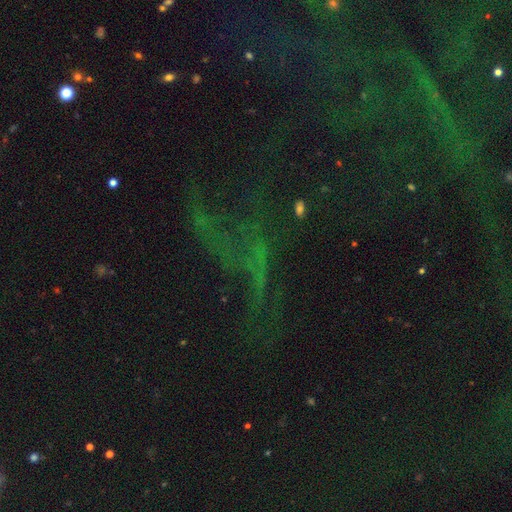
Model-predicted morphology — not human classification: Overall: star or artifact (60%; featured or disk 23%).